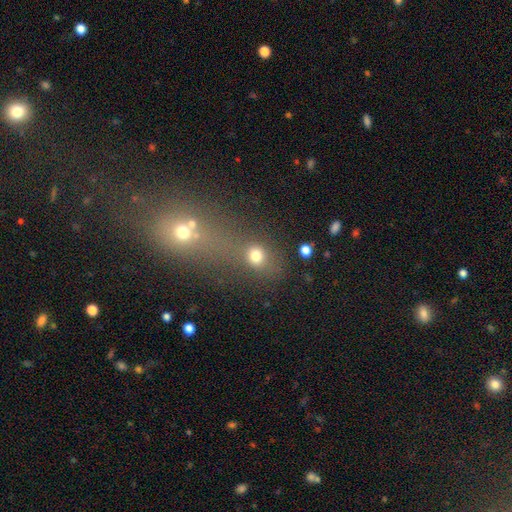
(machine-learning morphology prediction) Smooth or featured? Predicted: smooth (p=0.73). How rounded? Predicted: round (p=0.65). Merging? Predicted: none (p=0.52).